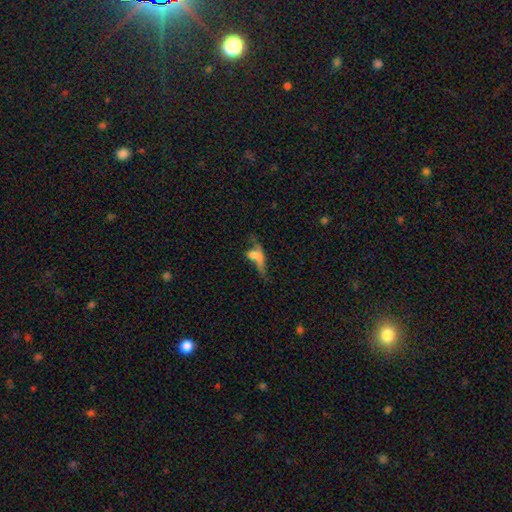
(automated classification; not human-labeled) Smooth or featured?
  - smooth: 48% *
  - featured or disk: 37%
  - star or artifact: 15%
Merging?
  - major disturbance: 35% *
  - merger: 29%
  - none: 22%
  - minor disturbance: 14%